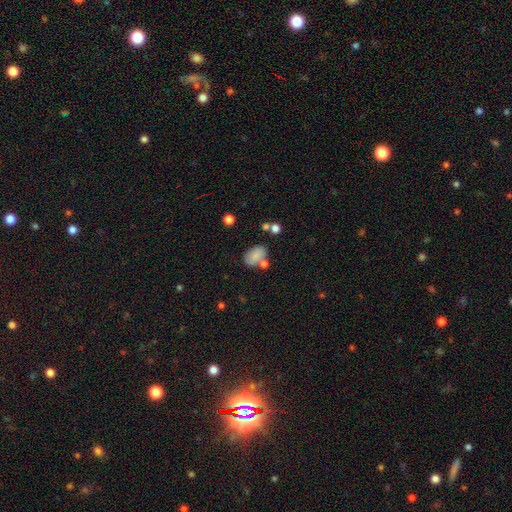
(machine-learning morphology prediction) Smooth or featured?
  - smooth: 81% *
  - featured or disk: 10%
  - star or artifact: 9%
How rounded?
  - in between: 85% *
  - round: 13%
  - cigar-shaped: 1%
Merging?
  - none: 58% *
  - minor disturbance: 18%
  - merger: 18%
  - major disturbance: 6%